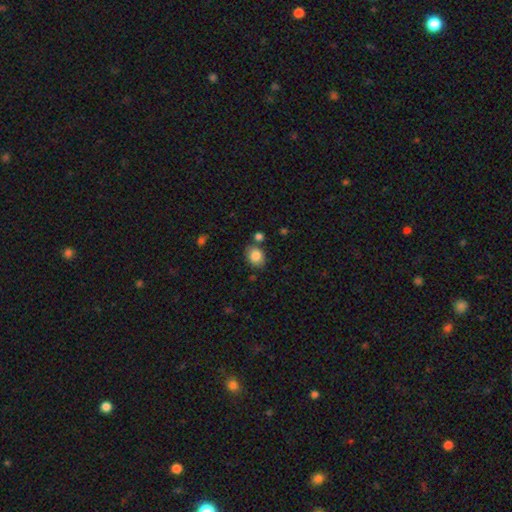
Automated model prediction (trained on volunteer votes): A smooth galaxy with no disk features (85%) that is in between round and cigar-shaped (54%). Merging: none (76%).